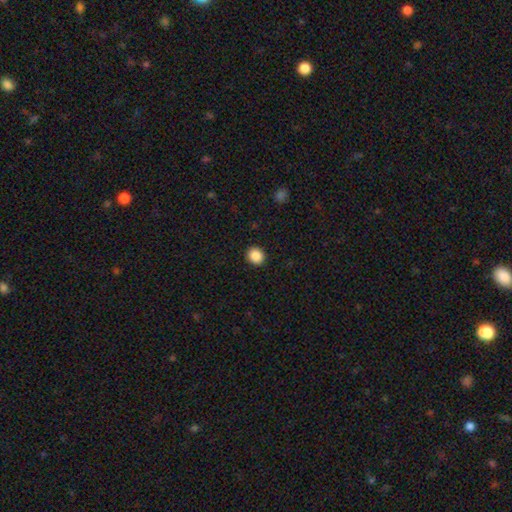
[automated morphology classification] Smooth or featured: smooth — 88% (star or artifact — 9%)
How rounded: round — 82% (in between — 17%)
Merging: none — 92% (minor disturbance — 5%)